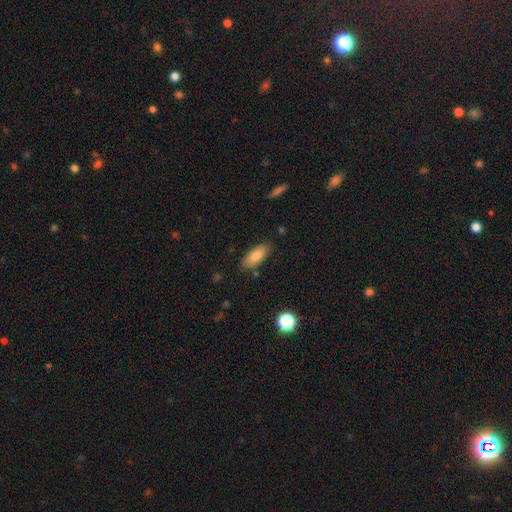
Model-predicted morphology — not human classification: smooth 80%, featured or disk 12%, star or artifact 7%. Down the decision tree: how rounded — in between (80%); merging — none (82%).